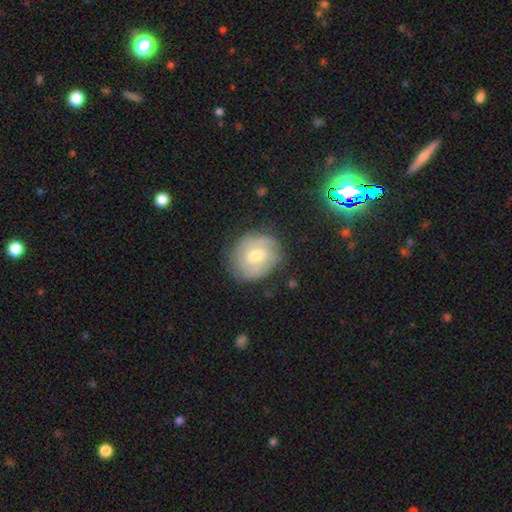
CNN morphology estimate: Smooth or featured? featured or disk (82%)
Edge-on disk? no (98%)
Bar? weak (50%)
Spiral arms? yes (96%)
Spiral winding? tight (70%)
Spiral arm count? 2 (33%)
Bulge size? moderate (66%)
Merging? none (81%)